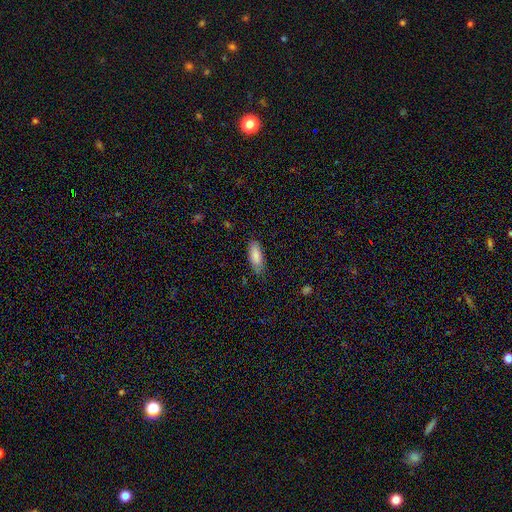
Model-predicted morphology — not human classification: A smooth galaxy with no disk features (86%) that is in between round and cigar-shaped (73%).

Vote fractions:
- Smooth or featured? smooth: 86% / featured or disk: 8% / star or artifact: 6%
- How rounded? in between: 73% / cigar-shaped: 26% / round: 2%
- Merging? none: 80% / minor disturbance: 16% / major disturbance: 3% / merger: 1%